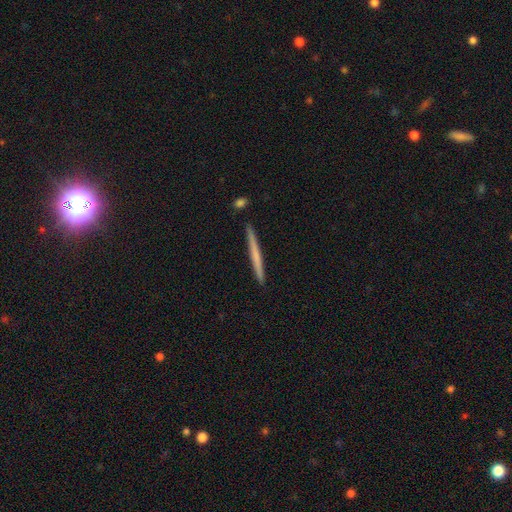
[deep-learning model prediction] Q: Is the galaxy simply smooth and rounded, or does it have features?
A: smooth — 53%.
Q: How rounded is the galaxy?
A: cigar-shaped — 97%.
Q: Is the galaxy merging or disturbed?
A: none — 92%.